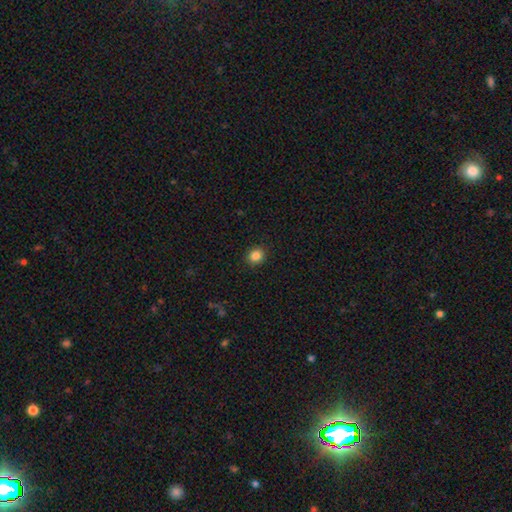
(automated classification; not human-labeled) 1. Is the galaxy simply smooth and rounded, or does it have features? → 86% smooth, 11% star or artifact, 4% featured or disk.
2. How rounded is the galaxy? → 80% round, 19% in between, 1% cigar-shaped.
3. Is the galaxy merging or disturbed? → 91% none, 6% minor disturbance, 2% major disturbance, 1% merger.